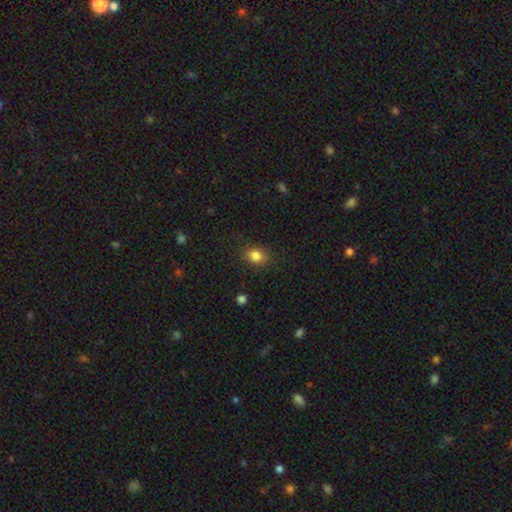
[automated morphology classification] A smooth galaxy with no disk features (84%) that is in between round and cigar-shaped (59%).

Vote fractions:
- Smooth or featured? smooth: 84% / star or artifact: 11% / featured or disk: 5%
- How rounded? in between: 59% / round: 39% / cigar-shaped: 1%
- Merging? none: 84% / minor disturbance: 11% / major disturbance: 3% / merger: 1%